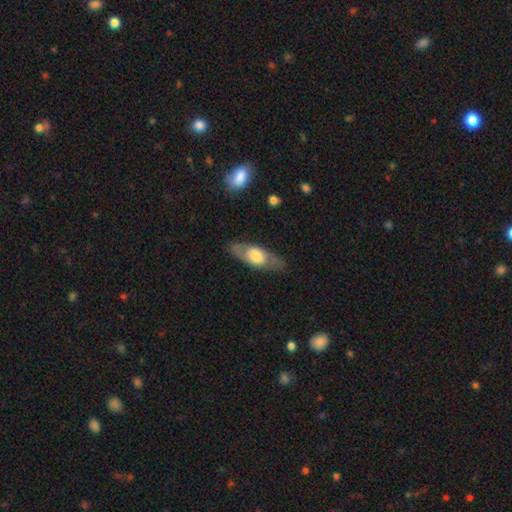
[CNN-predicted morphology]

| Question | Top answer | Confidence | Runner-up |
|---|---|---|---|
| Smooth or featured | smooth | 51% | featured or disk (43%) |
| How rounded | in between | 69% | cigar-shaped (26%) |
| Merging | none | 80% | minor disturbance (14%) |